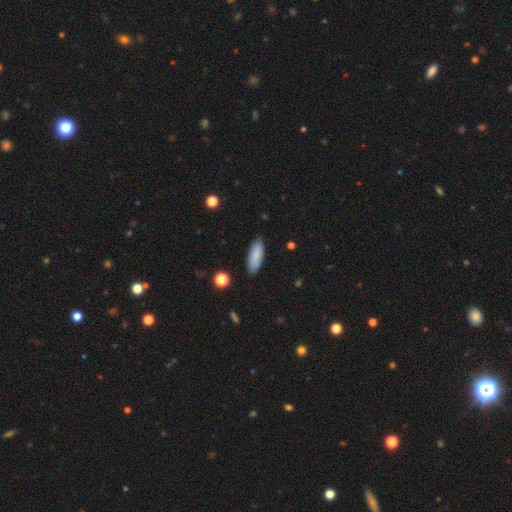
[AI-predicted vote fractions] smooth-or-featured: smooth: 84% | featured or disk: 9% | star or artifact: 6%
  how-rounded: in between: 75% | cigar-shaped: 23% | round: 2%
  merging: none: 86% | minor disturbance: 11% | major disturbance: 2% | merger: 1%